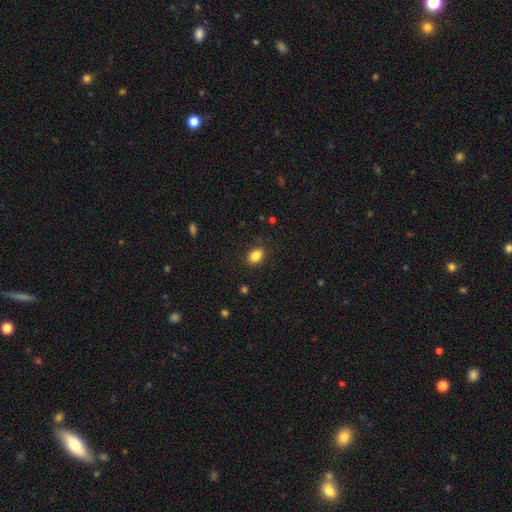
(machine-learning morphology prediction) Smooth or featured: smooth — 86% (star or artifact — 9%)
How rounded: in between — 76% (round — 22%)
Merging: none — 86% (minor disturbance — 10%)